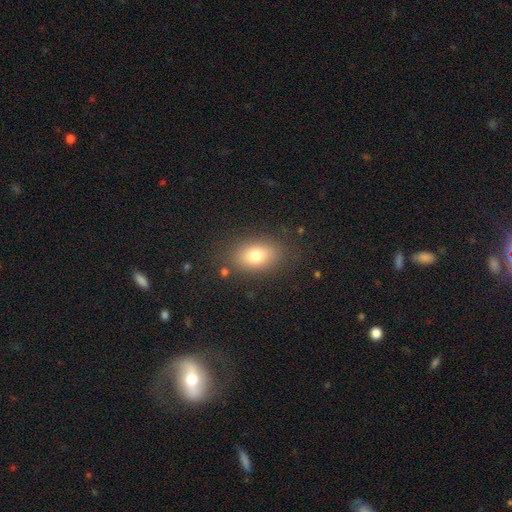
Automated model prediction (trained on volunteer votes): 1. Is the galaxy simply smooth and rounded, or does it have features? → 76% smooth, 14% featured or disk, 10% star or artifact.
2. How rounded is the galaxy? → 81% in between, 17% round, 2% cigar-shaped.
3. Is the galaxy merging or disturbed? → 82% none, 11% minor disturbance, 5% major disturbance, 2% merger.